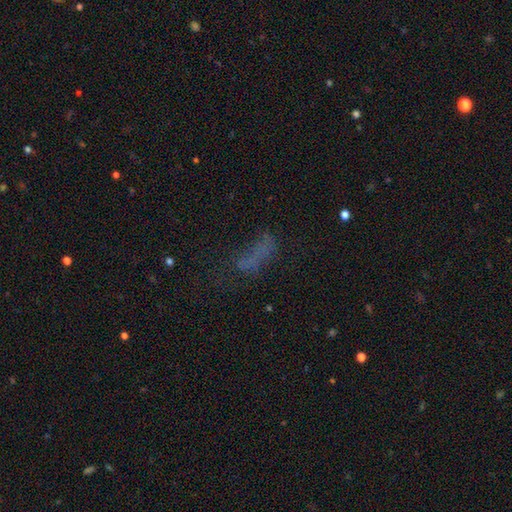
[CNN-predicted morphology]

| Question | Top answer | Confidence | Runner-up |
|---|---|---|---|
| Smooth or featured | smooth | 48% | star or artifact (28%) |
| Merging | none | 44% | major disturbance (29%) |